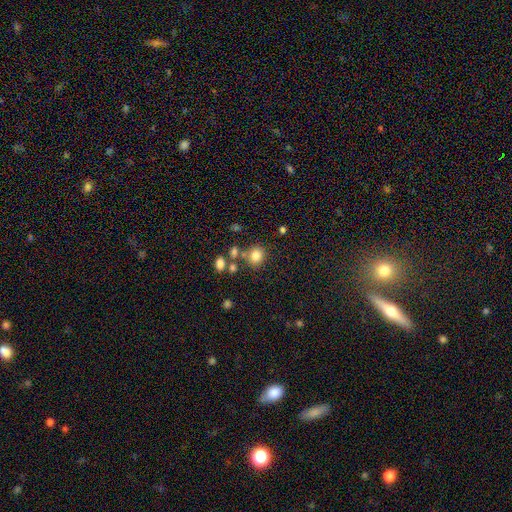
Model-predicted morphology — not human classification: Smooth or featured? Predicted: smooth (p=0.80). How rounded? Predicted: round (p=0.72). Merging? Predicted: none (p=0.70).